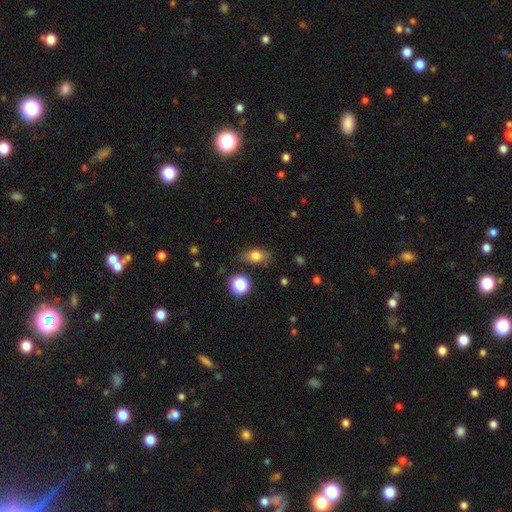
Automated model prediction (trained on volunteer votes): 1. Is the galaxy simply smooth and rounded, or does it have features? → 77% smooth, 13% featured or disk, 10% star or artifact.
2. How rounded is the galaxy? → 76% in between, 17% round, 7% cigar-shaped.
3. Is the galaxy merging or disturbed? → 80% none, 14% minor disturbance, 4% major disturbance, 3% merger.